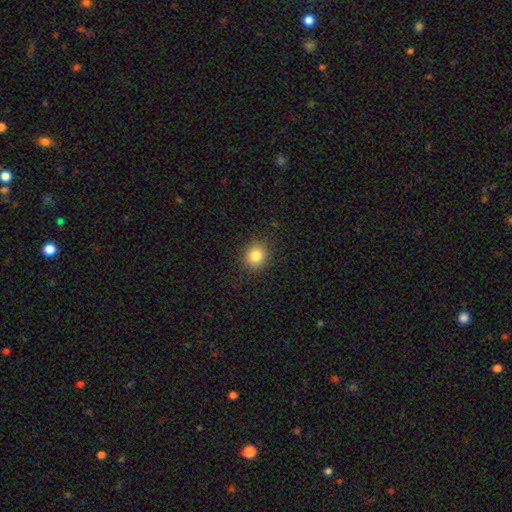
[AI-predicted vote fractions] This appears to be a smooth galaxy with no disk features (82%) that is round (77%). Merging: none (88%).